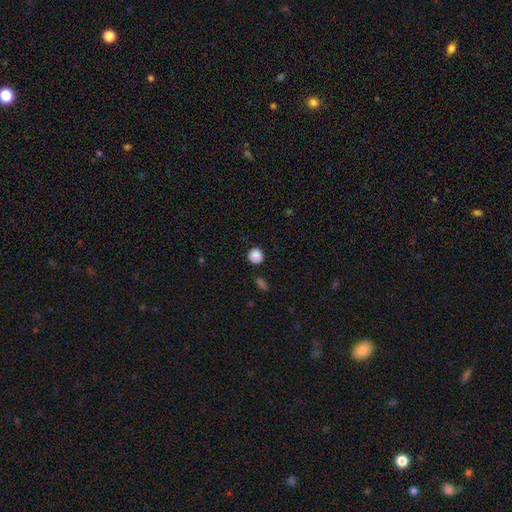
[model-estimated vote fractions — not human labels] Smooth or featured?
  - smooth: 88% *
  - star or artifact: 9%
  - featured or disk: 3%
How rounded?
  - round: 92% *
  - in between: 7%
  - cigar-shaped: 1%
Merging?
  - none: 88% *
  - minor disturbance: 7%
  - major disturbance: 2%
  - merger: 2%